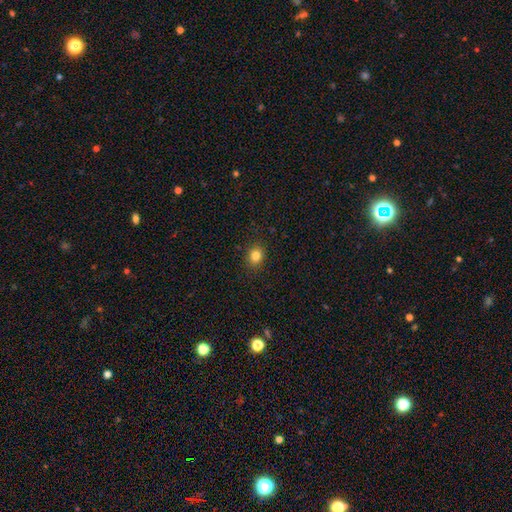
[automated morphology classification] A smooth galaxy with no disk features (83%) that is round (63%).

Vote fractions:
- Smooth or featured? smooth: 83% / star or artifact: 12% / featured or disk: 5%
- How rounded? round: 63% / in between: 36% / cigar-shaped: 1%
- Merging? none: 89% / minor disturbance: 8% / major disturbance: 2% / merger: 1%